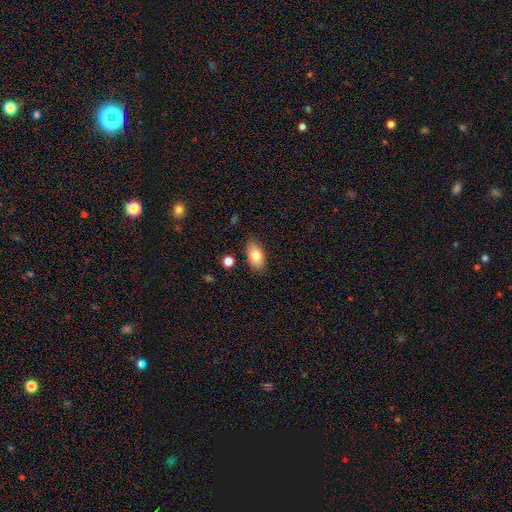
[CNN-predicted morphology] This appears to be a smooth galaxy with no disk features (80%) that is in between round and cigar-shaped (91%). Merging: none (84%).